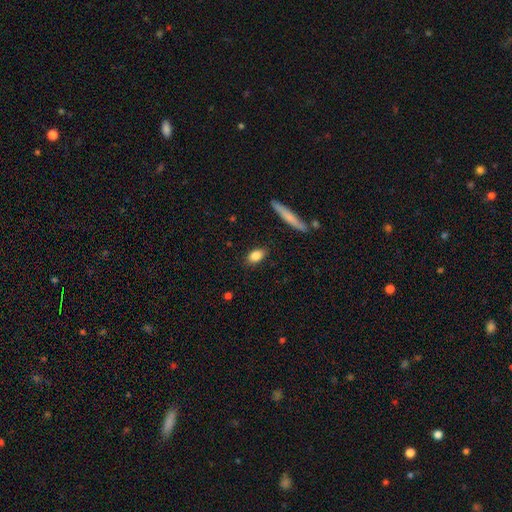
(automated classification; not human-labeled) Q: Smooth or featured?
A: smooth (84%); runner-up: featured or disk (9%)
Q: How rounded?
A: in between (83%); runner-up: round (9%)
Q: Merging?
A: none (86%); runner-up: minor disturbance (10%)